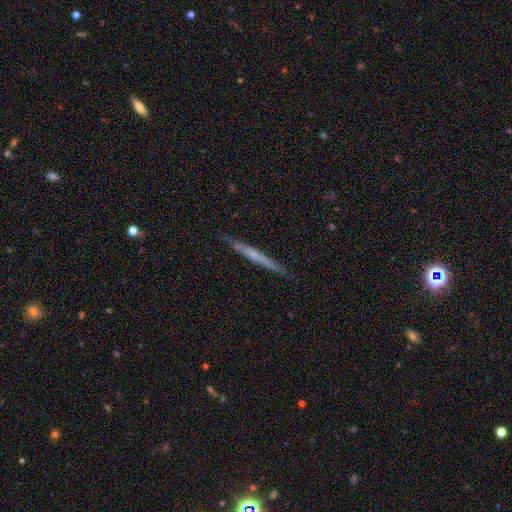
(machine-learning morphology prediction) type=featured or disk (50%); merging=none (87%).